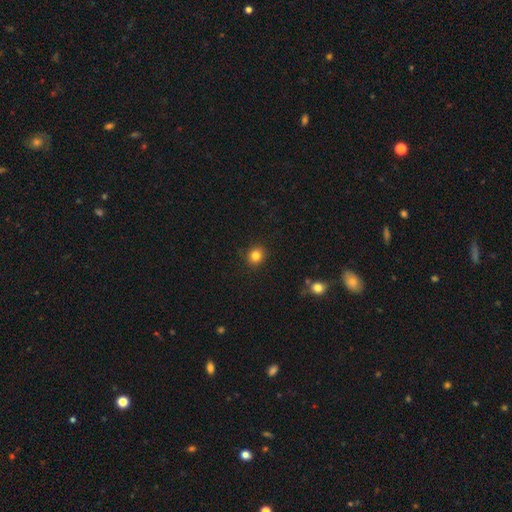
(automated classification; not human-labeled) A smooth galaxy with no disk features (82%) that is round (87%). Merging: none (91%).